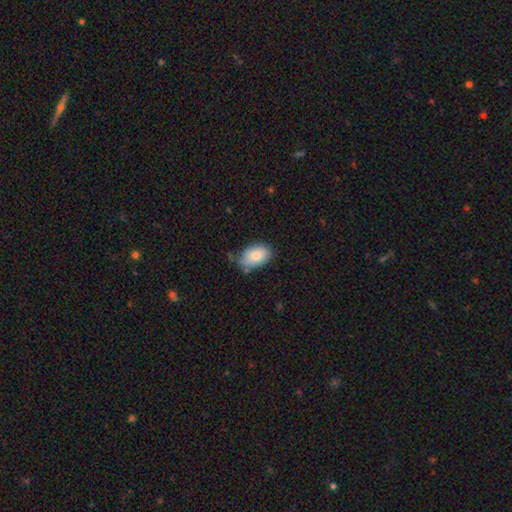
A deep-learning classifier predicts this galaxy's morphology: The model was most divided on "merging": none: 66%, minor disturbance: 26%, major disturbance: 5%, merger: 4%. More confident: how rounded — in between (91%); smooth or featured — smooth (84%).